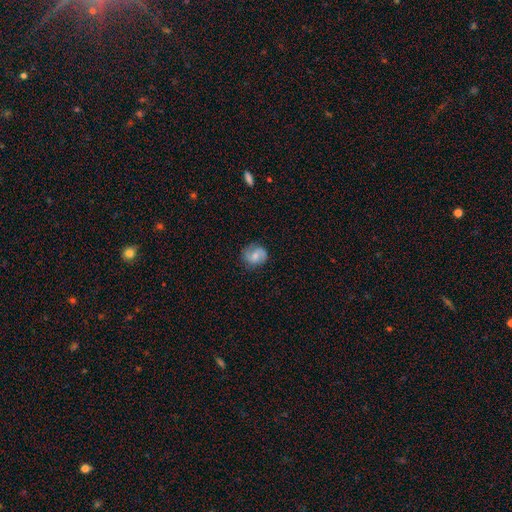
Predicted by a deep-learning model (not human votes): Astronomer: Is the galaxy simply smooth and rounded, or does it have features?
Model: featured or disk — 49% (runner-up: smooth, 43%).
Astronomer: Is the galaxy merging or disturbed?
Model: none — 75%.